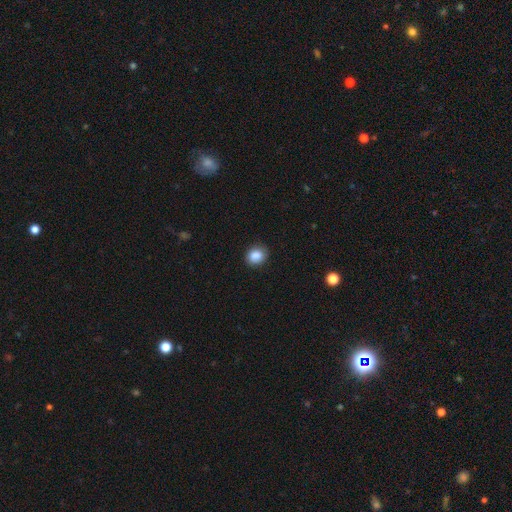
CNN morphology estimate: type=smooth (87%); roundness=round (58%); merging=none (83%).